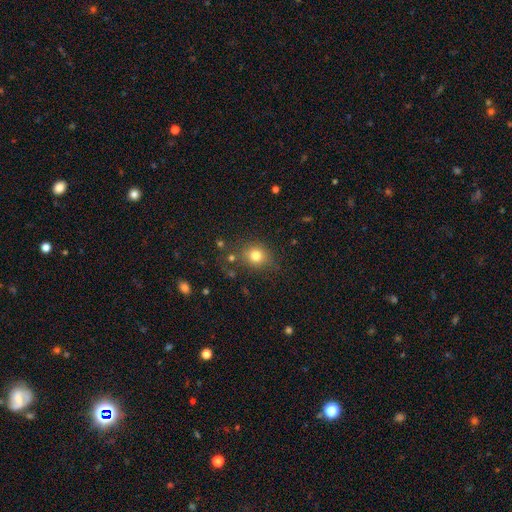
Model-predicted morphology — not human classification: The model was most divided on "how rounded": round: 71%, in between: 28%, cigar-shaped: 1%. More confident: smooth or featured — smooth (79%); merging — none (74%).